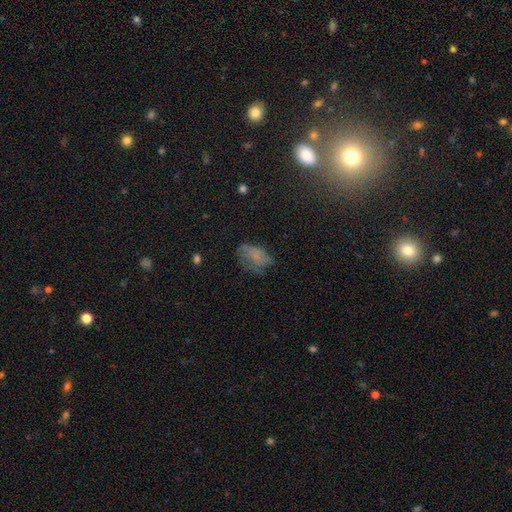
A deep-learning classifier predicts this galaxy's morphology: This is possibly a smooth galaxy (53%). How rounded: clearly in between (83%). Merging: marginally none (44%).